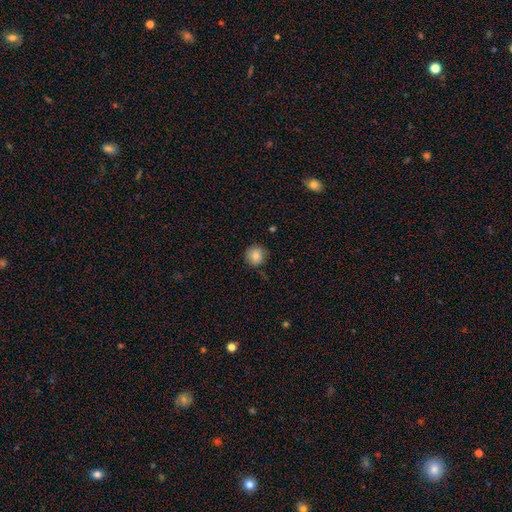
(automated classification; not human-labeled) smooth-or-featured: smooth: 82% | star or artifact: 10% | featured or disk: 8%
  how-rounded: round: 91% | in between: 8% | cigar-shaped: 1%
  merging: none: 79% | minor disturbance: 17% | major disturbance: 3% | merger: 2%